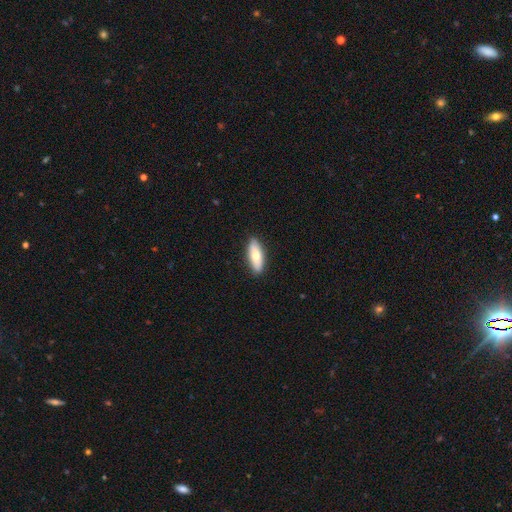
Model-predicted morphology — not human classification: A smooth galaxy with no disk features (69%) that is in between round and cigar-shaped (66%).

Vote fractions:
- Smooth or featured? smooth: 69% / featured or disk: 25% / star or artifact: 6%
- How rounded? in between: 66% / cigar-shaped: 32% / round: 2%
- Merging? none: 89% / minor disturbance: 8% / major disturbance: 2% / merger: 1%